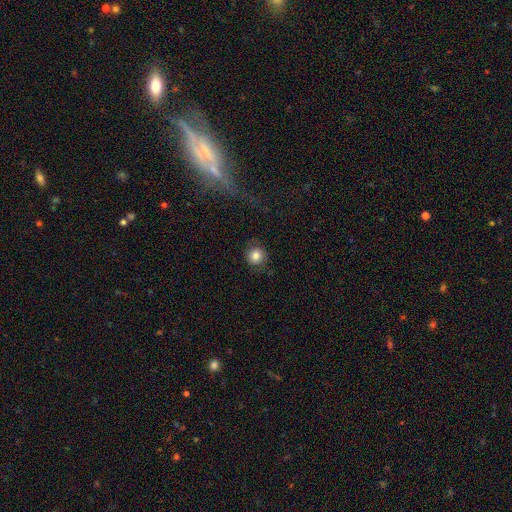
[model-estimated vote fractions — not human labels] This is clearly a smooth galaxy (81%). How rounded: clearly round (92%). Merging: clearly none (81%).